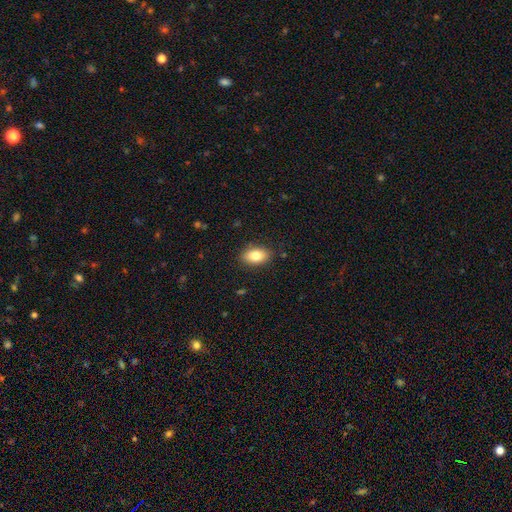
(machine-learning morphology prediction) smooth_or_featured: smooth (p=0.81) [alt: featured or disk p=0.12]
how_rounded: in between (p=0.89) [alt: round p=0.09]
merging: none (p=0.87) [alt: minor disturbance p=0.09]